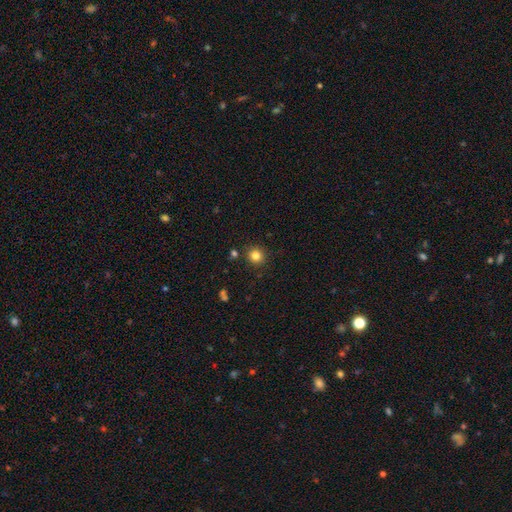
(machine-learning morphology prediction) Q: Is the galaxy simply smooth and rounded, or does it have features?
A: smooth — 82%.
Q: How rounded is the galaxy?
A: round — 92%.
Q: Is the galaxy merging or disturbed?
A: none — 89%.